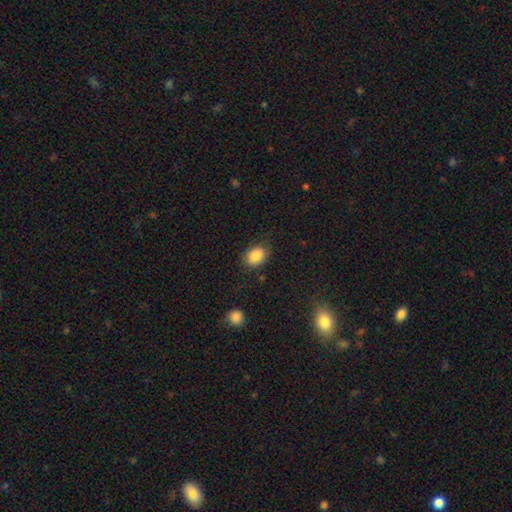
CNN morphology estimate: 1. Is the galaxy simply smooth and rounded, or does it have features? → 87% smooth, 8% star or artifact, 4% featured or disk.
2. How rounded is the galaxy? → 66% in between, 33% round, 1% cigar-shaped.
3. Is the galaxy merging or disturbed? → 79% none, 15% minor disturbance, 4% major disturbance, 2% merger.